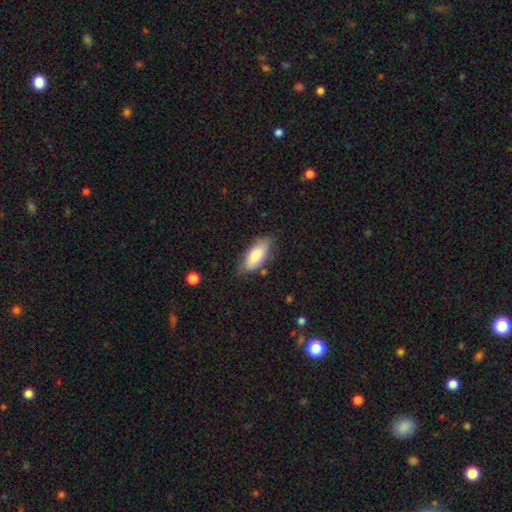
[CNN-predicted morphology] Q: Smooth or featured?
A: smooth (81%); runner-up: featured or disk (13%)
Q: How rounded?
A: in between (82%); runner-up: cigar-shaped (16%)
Q: Merging?
A: none (74%); runner-up: minor disturbance (20%)